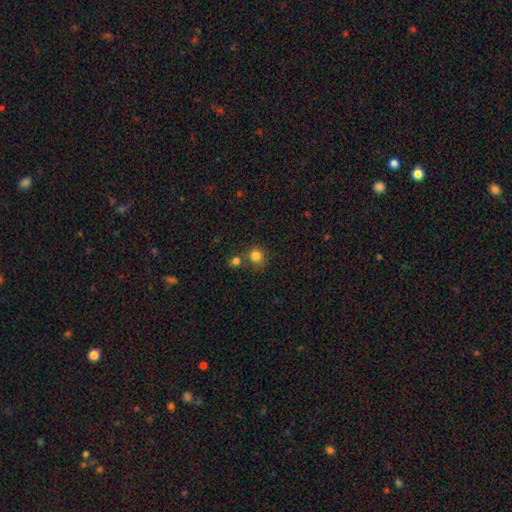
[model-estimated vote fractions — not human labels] Smooth or featured? smooth (81%)
How rounded? round (90%)
Merging? none (66%)